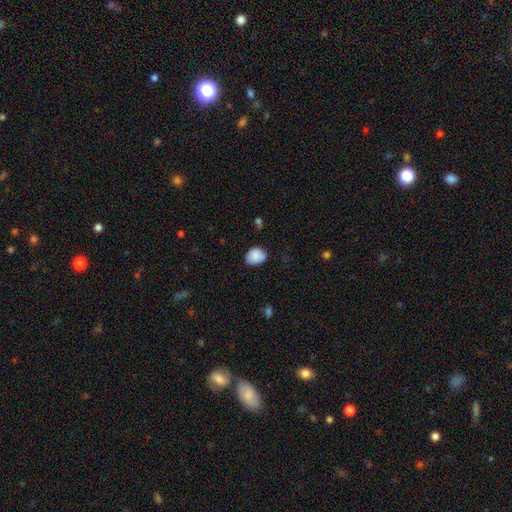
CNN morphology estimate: Smooth or featured? smooth (85%)
How rounded? in between (60%)
Merging? none (69%)